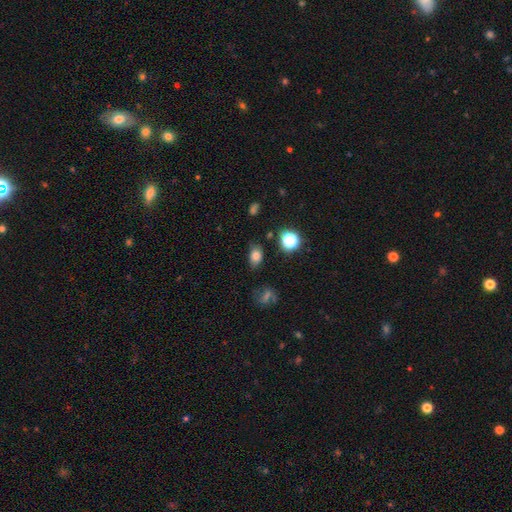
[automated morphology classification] A smooth galaxy with no disk features (78%) that is in between round and cigar-shaped (78%).

Vote fractions:
- Smooth or featured? smooth: 78% / star or artifact: 15% / featured or disk: 7%
- How rounded? in between: 78% / round: 20% / cigar-shaped: 2%
- Merging? none: 76% / minor disturbance: 17% / major disturbance: 5% / merger: 3%